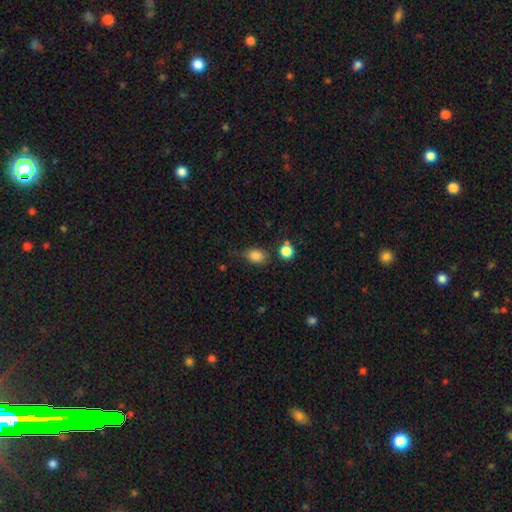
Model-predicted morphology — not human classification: The model was most divided on "merging": none: 67%, minor disturbance: 21%, major disturbance: 6%, merger: 5%. More confident: smooth or featured — smooth (83%); how rounded — in between (74%).